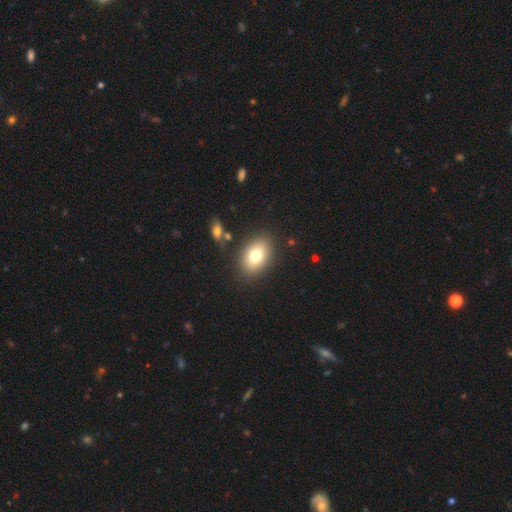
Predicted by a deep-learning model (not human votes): Overall: smooth (77%). How rounded: in between (81%). Merging: none (85%).